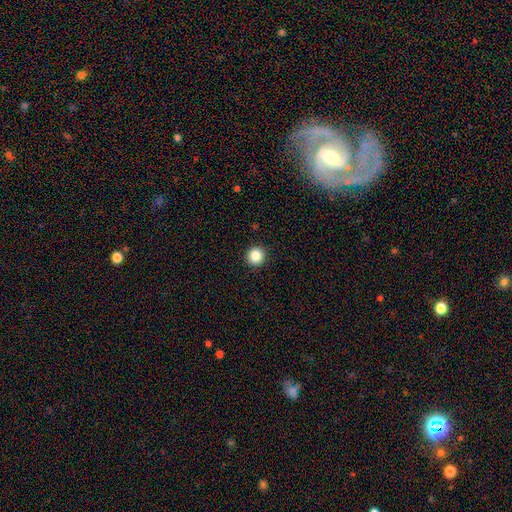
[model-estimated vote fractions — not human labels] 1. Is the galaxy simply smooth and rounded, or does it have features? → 85% smooth, 10% star or artifact, 4% featured or disk.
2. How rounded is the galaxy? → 95% round, 4% in between, 1% cigar-shaped.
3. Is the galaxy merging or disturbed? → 93% none, 4% minor disturbance, 1% major disturbance, 1% merger.